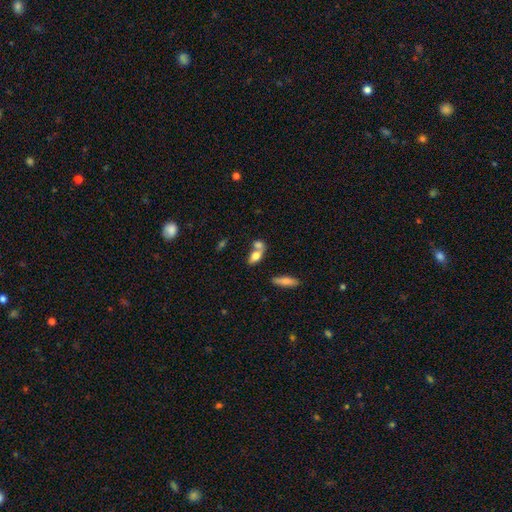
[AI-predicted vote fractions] Overall: smooth (73%). How rounded: in between (79%). Merging: merger (56%; none 30%).